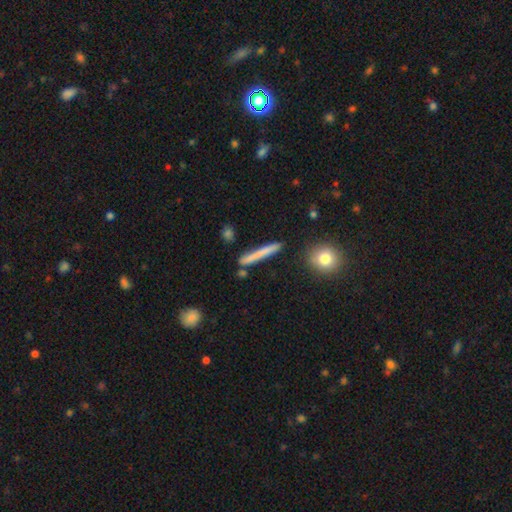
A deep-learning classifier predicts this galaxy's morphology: Smooth or featured? smooth (68%)
How rounded? cigar-shaped (95%)
Merging? none (85%)